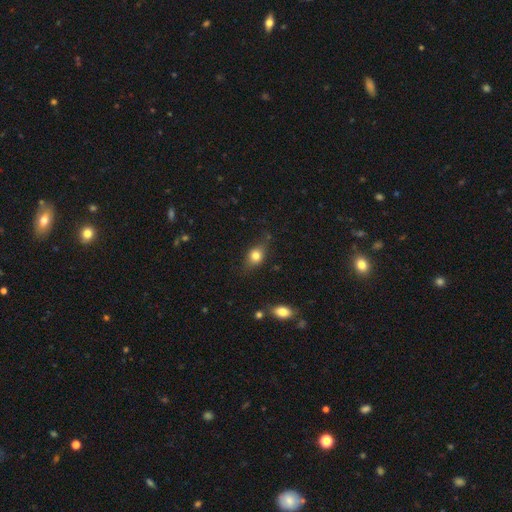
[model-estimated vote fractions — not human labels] The model was most divided on "how rounded": in between: 61%, round: 36%, cigar-shaped: 3%. More confident: smooth or featured — smooth (77%); merging — none (69%).